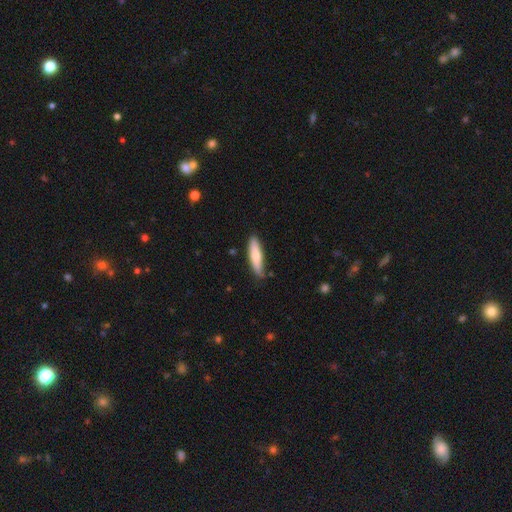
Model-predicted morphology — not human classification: smooth-or-featured: smooth: 69% | featured or disk: 26% | star or artifact: 5%
  how-rounded: cigar-shaped: 73% | in between: 25% | round: 2%
  merging: none: 82% | minor disturbance: 14% | major disturbance: 2% | merger: 2%